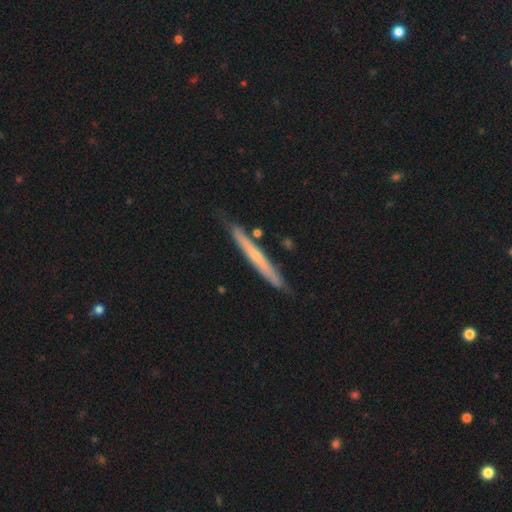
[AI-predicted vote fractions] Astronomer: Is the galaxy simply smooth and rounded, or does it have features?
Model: featured or disk — 59% (runner-up: smooth, 35%).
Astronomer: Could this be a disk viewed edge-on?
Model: yes — 94%.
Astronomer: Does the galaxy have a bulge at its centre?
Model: none — 57% (runner-up: rounded, 40%).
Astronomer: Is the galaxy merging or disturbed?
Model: none — 83%.